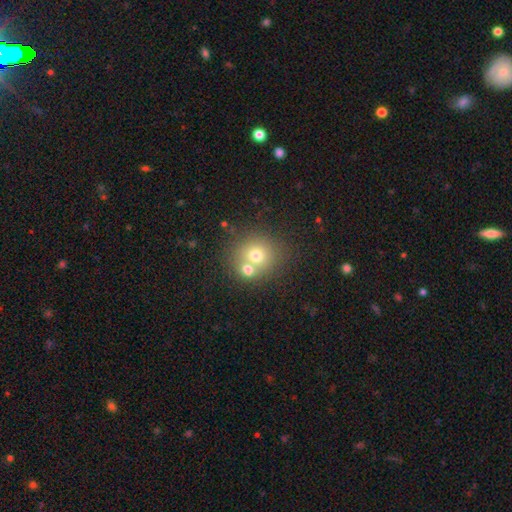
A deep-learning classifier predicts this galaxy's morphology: A smooth galaxy with no disk features (69%) that is round (86%).

Vote fractions:
- Smooth or featured? smooth: 69% / featured or disk: 17% / star or artifact: 13%
- How rounded? round: 86% / in between: 14% / cigar-shaped: 1%
- Merging? none: 50% / merger: 40% / minor disturbance: 7% / major disturbance: 3%